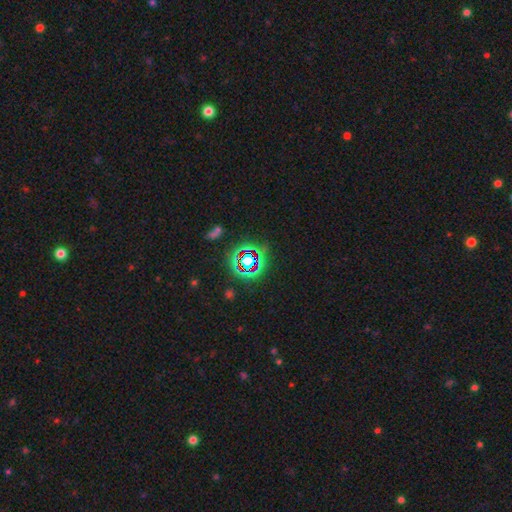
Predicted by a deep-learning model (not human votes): Morphology: type=star or artifact (52%).